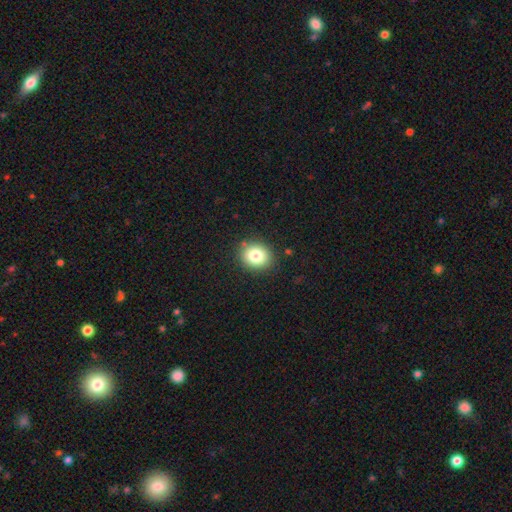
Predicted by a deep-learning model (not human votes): Morphology: type=smooth (81%); roundness=round (65%); merging=none (87%).